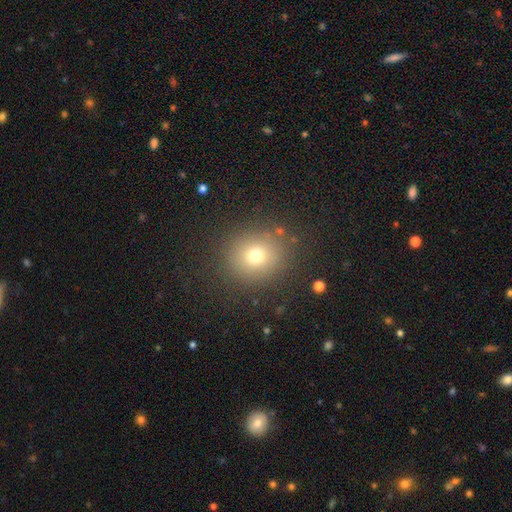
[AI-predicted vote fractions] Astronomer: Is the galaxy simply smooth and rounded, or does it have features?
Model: smooth — 71%.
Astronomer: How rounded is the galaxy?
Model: round — 85%.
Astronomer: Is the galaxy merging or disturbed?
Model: none — 86%.